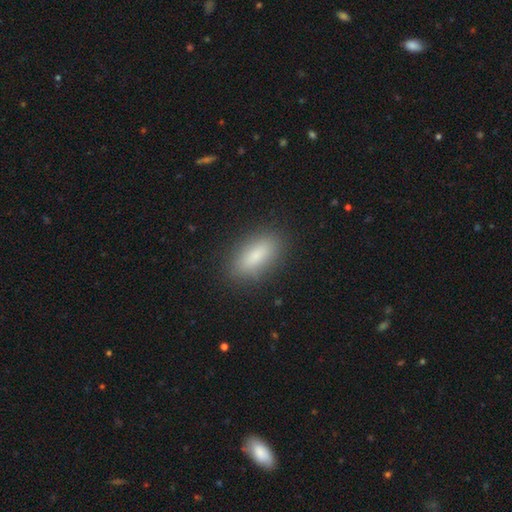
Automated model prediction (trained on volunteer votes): Overall: smooth (81%). How rounded: in between (79%). Merging: none (87%).